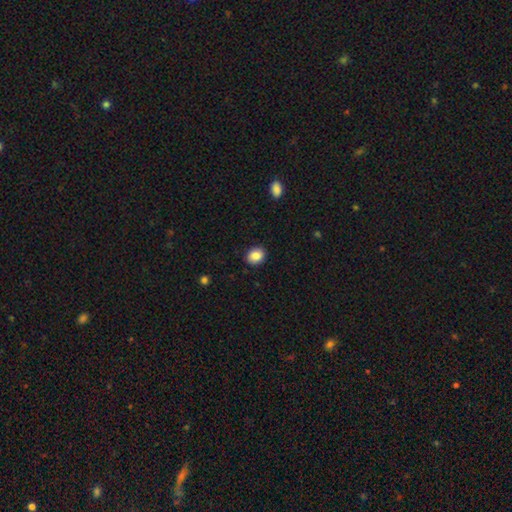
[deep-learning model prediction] smooth 87%, star or artifact 8%, featured or disk 4%. Down the decision tree: how rounded — round (56%); merging — none (89%).